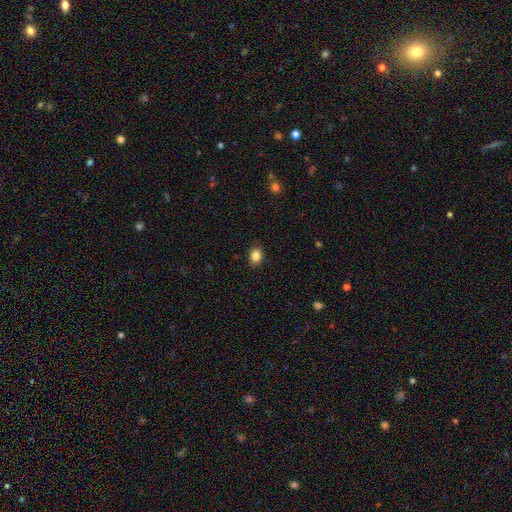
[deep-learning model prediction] Smooth or featured? smooth (85%)
How rounded? in between (58%)
Merging? none (89%)